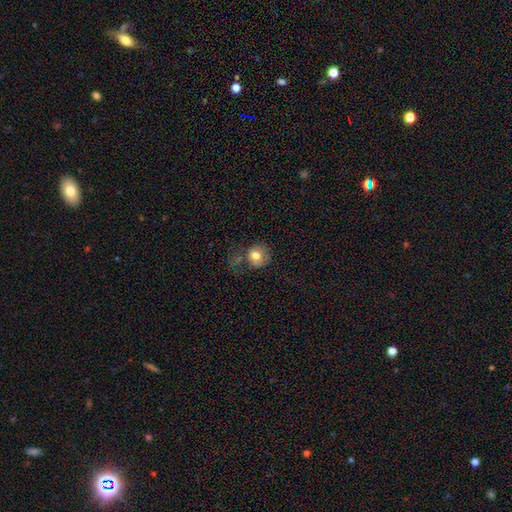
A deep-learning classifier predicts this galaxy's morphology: A smooth galaxy with no disk features (76%) that is round (81%). Merging: none (46%).